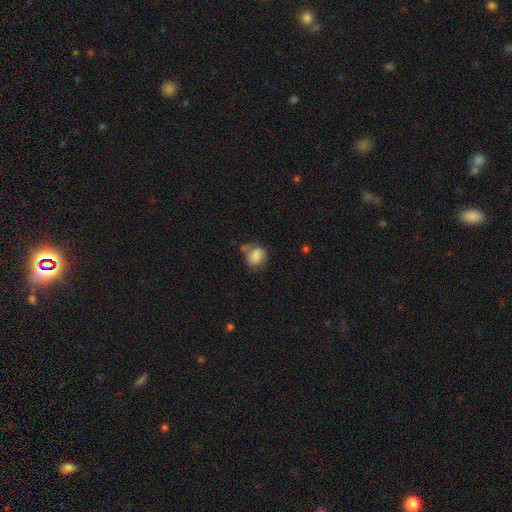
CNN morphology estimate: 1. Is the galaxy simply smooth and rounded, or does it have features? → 79% smooth, 12% featured or disk, 9% star or artifact.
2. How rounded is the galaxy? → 52% round, 47% in between, 1% cigar-shaped.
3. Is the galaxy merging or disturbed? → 48% none, 27% minor disturbance, 14% merger, 11% major disturbance.